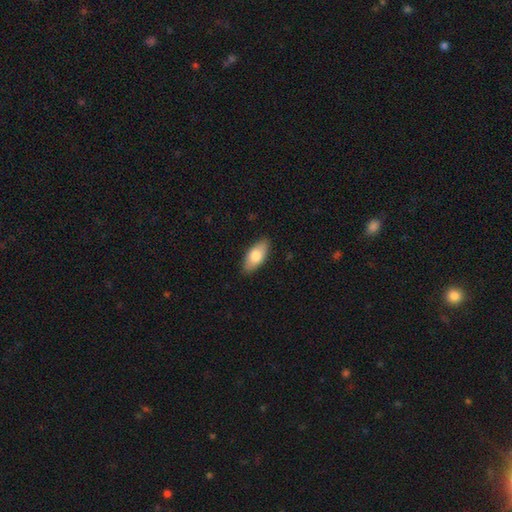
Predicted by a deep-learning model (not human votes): A smooth galaxy with no disk features (77%) that is in between round and cigar-shaped (87%).

Vote fractions:
- Smooth or featured? smooth: 77% / featured or disk: 17% / star or artifact: 6%
- How rounded? in between: 87% / cigar-shaped: 10% / round: 2%
- Merging? none: 88% / minor disturbance: 10% / major disturbance: 2% / merger: 1%